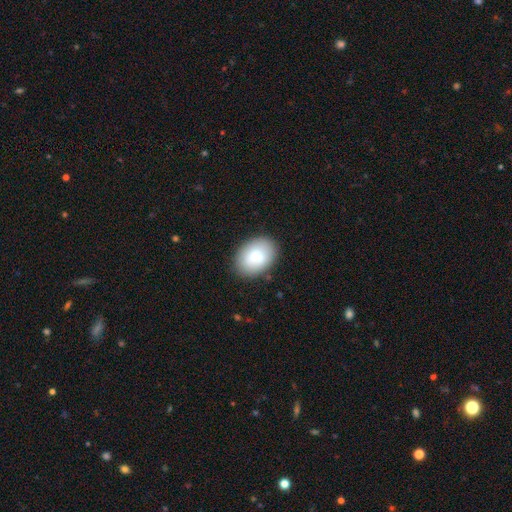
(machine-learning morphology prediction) A smooth galaxy with no disk features (75%) that is in between round and cigar-shaped (76%).

Vote fractions:
- Smooth or featured? smooth: 75% / featured or disk: 17% / star or artifact: 8%
- How rounded? in between: 76% / round: 23% / cigar-shaped: 1%
- Merging? none: 84% / minor disturbance: 11% / major disturbance: 3% / merger: 2%